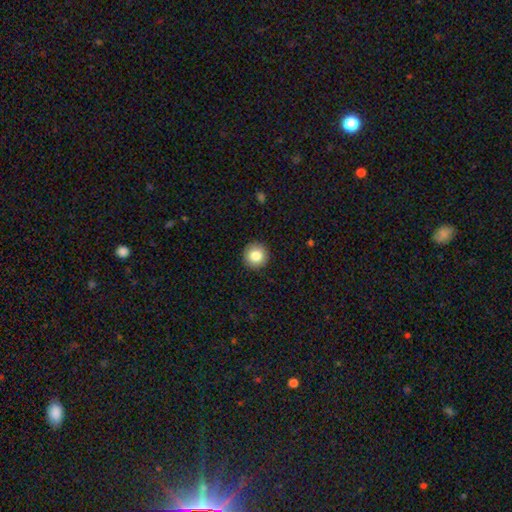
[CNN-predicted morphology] Smooth or featured? smooth (84%)
How rounded? round (95%)
Merging? none (93%)